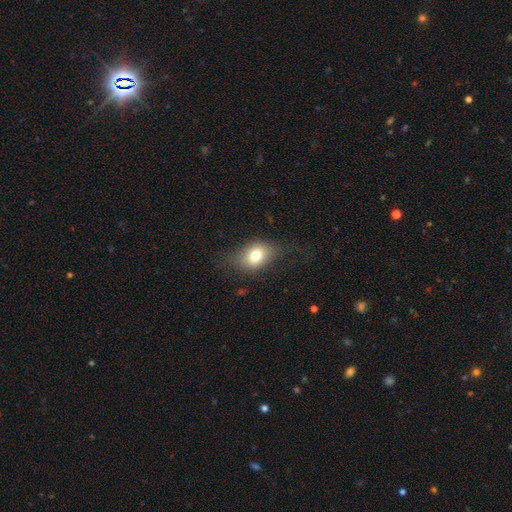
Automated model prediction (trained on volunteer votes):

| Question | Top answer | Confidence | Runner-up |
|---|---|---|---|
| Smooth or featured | smooth | 71% | featured or disk (18%) |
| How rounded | in between | 66% | round (32%) |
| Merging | none | 67% | minor disturbance (21%) |